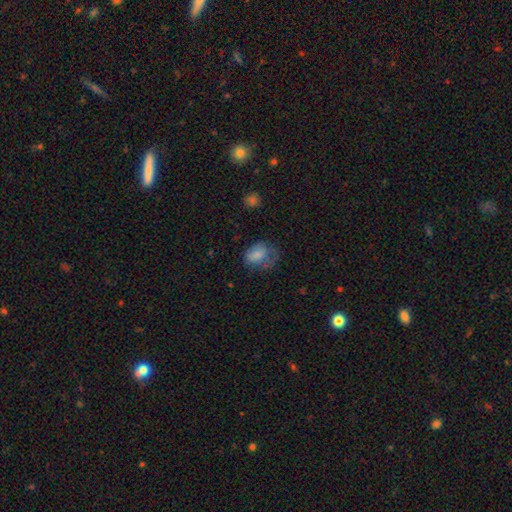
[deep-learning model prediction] This appears to be a smooth galaxy with no disk features (70%) that is in between round and cigar-shaped (70%). Merging: none (37%).